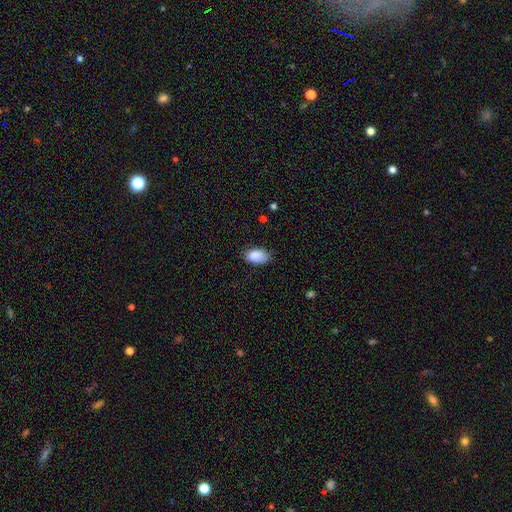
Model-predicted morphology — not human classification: Smooth or featured?
  - smooth: 88% *
  - star or artifact: 7%
  - featured or disk: 5%
How rounded?
  - in between: 93% *
  - round: 6%
  - cigar-shaped: 2%
Merging?
  - none: 71% *
  - minor disturbance: 24%
  - major disturbance: 4%
  - merger: 1%